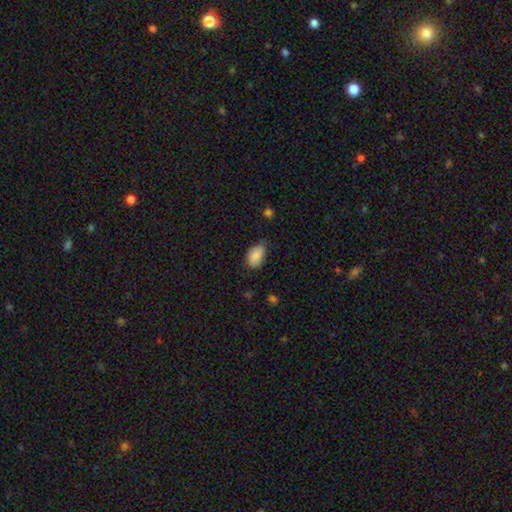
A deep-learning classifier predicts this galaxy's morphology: Smooth or featured? smooth (86%)
How rounded? in between (88%)
Merging? none (57%)